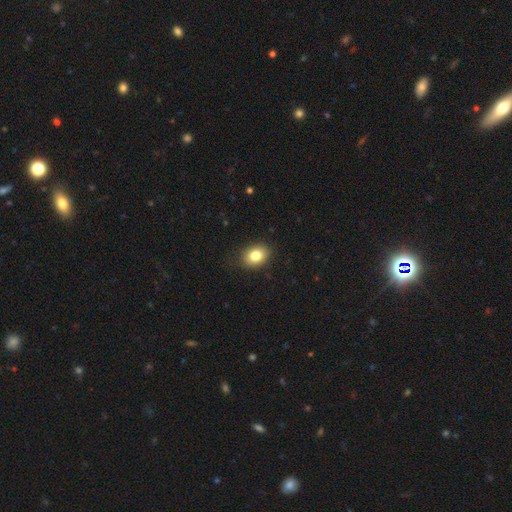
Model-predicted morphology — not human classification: smooth 82%, star or artifact 9%, featured or disk 9%. Down the decision tree: how rounded — in between (68%); merging — none (87%).